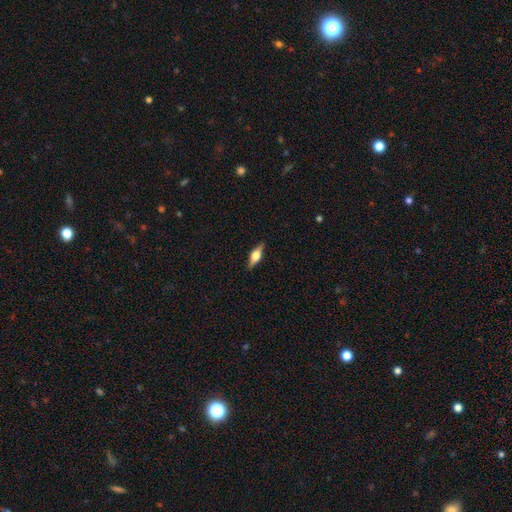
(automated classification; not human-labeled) This is likely a featured or disk galaxy (62%). It is clearly viewed edge-on (96%). Edge-on bulge: clearly rounded (92%). Merging: clearly none (88%).